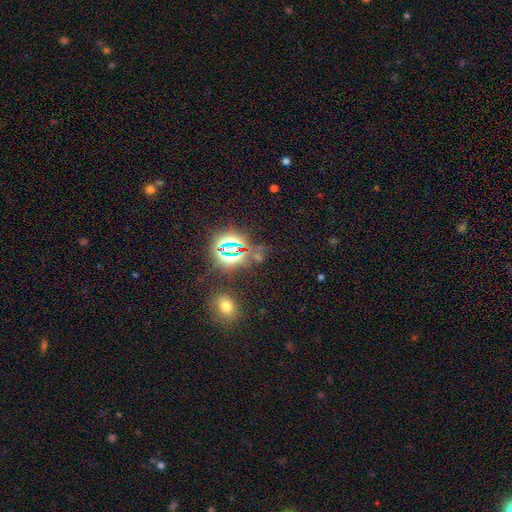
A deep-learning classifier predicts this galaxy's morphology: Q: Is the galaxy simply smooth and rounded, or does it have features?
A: star or artifact — 75%.